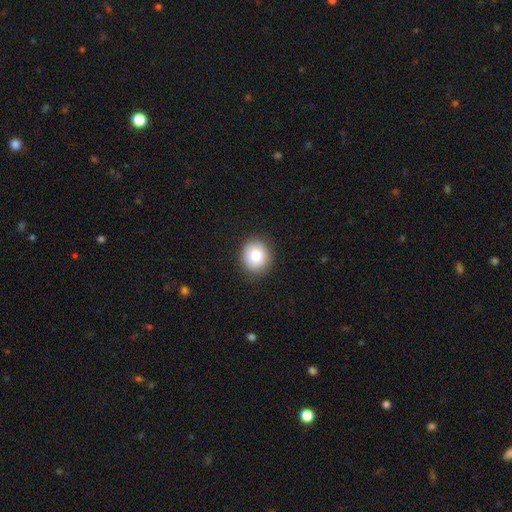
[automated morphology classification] smooth-or-featured: smooth: 84% | star or artifact: 9% | featured or disk: 8%
  how-rounded: round: 81% | in between: 18% | cigar-shaped: 1%
  merging: none: 88% | minor disturbance: 8% | major disturbance: 2% | merger: 1%